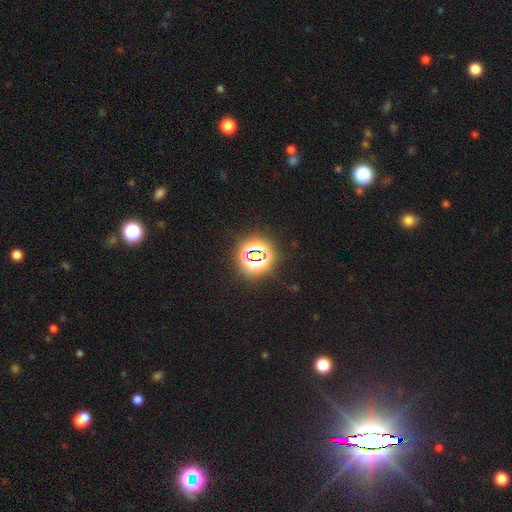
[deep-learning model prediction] This appears to be a star or artifact, not a galaxy (73%).